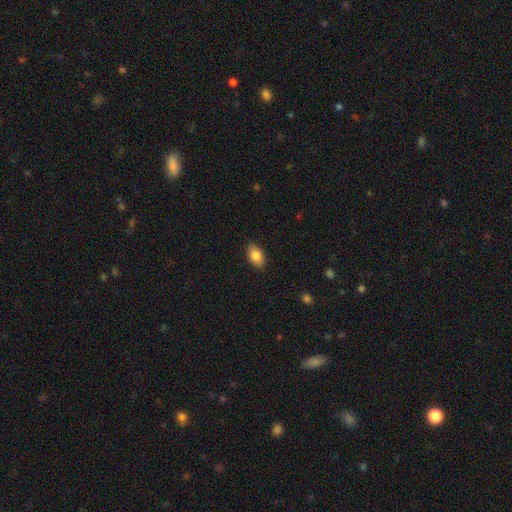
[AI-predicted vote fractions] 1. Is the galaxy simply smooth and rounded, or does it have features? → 85% smooth, 8% featured or disk, 8% star or artifact.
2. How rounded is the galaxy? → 89% in between, 9% round, 2% cigar-shaped.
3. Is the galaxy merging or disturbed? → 86% none, 11% minor disturbance, 2% major disturbance, 1% merger.